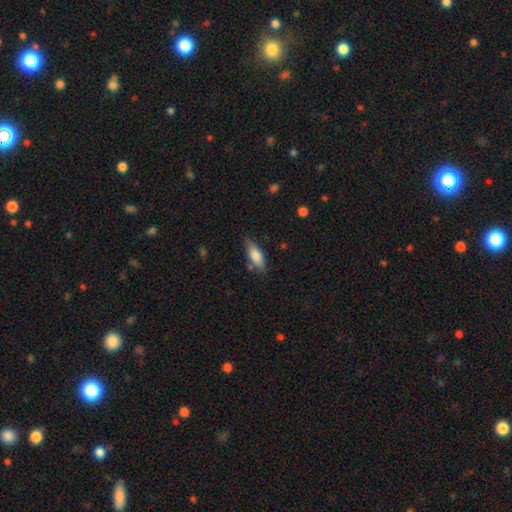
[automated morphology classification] type=smooth (72%); roundness=in between (67%); merging=none (74%).